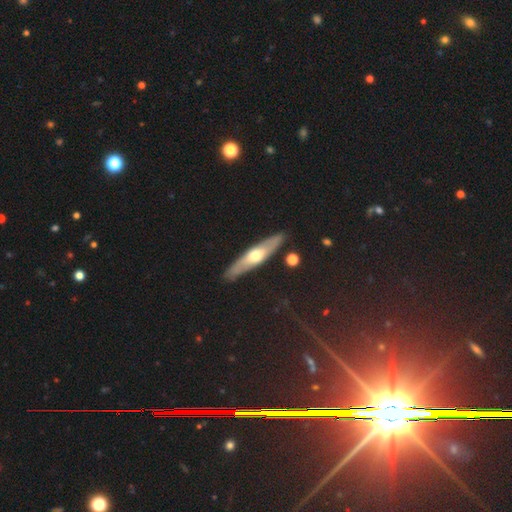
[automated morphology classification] Q: Smooth or featured?
A: featured or disk (56%); runner-up: smooth (39%)
Q: Edge-on disk?
A: yes (81%); runner-up: no (19%)
Q: Merging?
A: none (88%); runner-up: minor disturbance (9%)